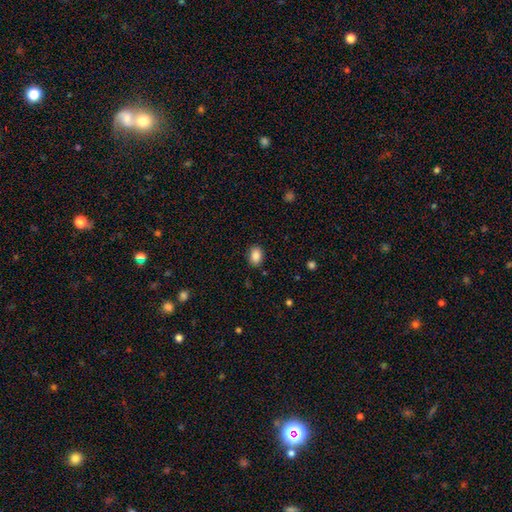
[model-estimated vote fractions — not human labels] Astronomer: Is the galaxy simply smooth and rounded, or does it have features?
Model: smooth — 87%.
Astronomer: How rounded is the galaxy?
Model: in between — 75%.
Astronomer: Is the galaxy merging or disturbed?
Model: none — 86%.